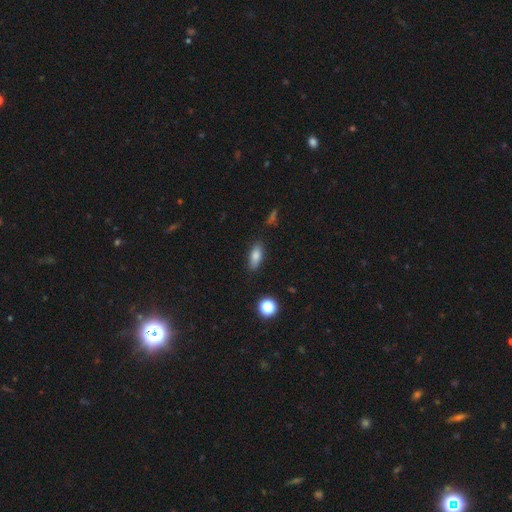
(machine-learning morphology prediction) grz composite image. It shows a smooth galaxy with no disk features (79%) that is in between round and cigar-shaped (75%). Merging: none (84%).